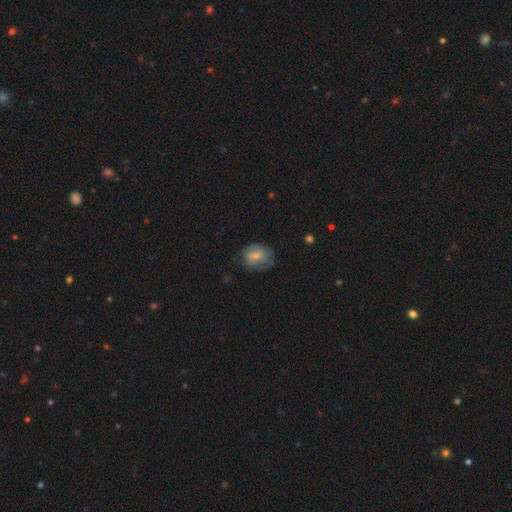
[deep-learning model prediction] Smooth or featured: smooth — 70% (featured or disk — 22%)
How rounded: in between — 53% (round — 46%)
Merging: none — 59% (minor disturbance — 26%)